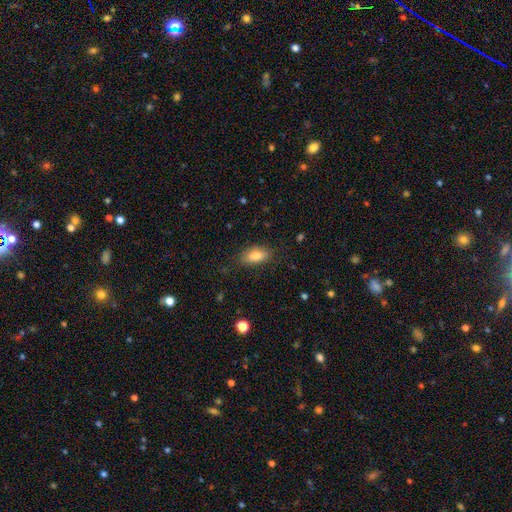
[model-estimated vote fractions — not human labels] smooth_or_featured: smooth (p=0.82) [alt: featured or disk p=0.11]
how_rounded: in between (p=0.88) [alt: cigar-shaped p=0.07]
merging: none (p=0.82) [alt: minor disturbance p=0.14]